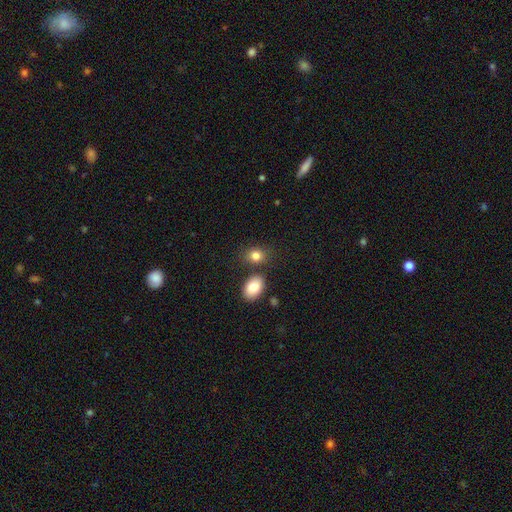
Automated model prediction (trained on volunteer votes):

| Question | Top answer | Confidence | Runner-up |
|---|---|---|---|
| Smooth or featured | smooth | 82% | star or artifact (10%) |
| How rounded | in between | 59% | round (40%) |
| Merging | none | 67% | merger (18%) |